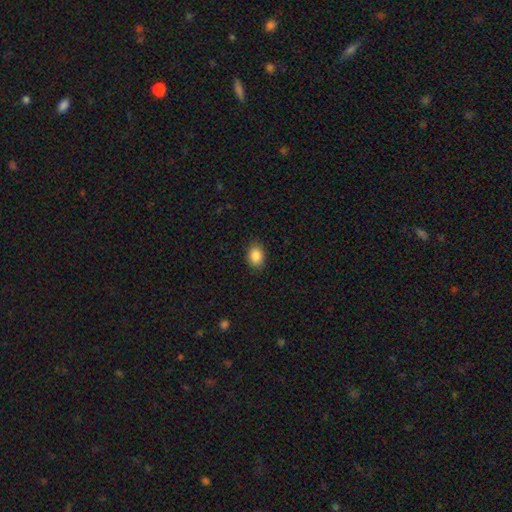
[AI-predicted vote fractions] smooth-or-featured: smooth: 88% | star or artifact: 8% | featured or disk: 4%
  how-rounded: in between: 70% | round: 29% | cigar-shaped: 1%
  merging: none: 86% | minor disturbance: 11% | major disturbance: 3% | merger: 1%